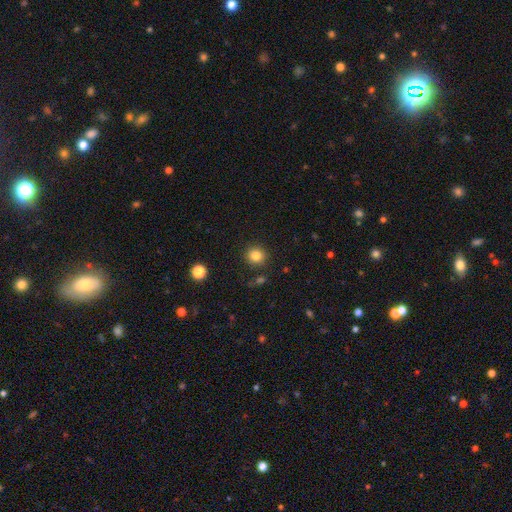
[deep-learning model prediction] smooth 83%, star or artifact 12%, featured or disk 5%. Down the decision tree: how rounded — round (90%); merging — none (89%).